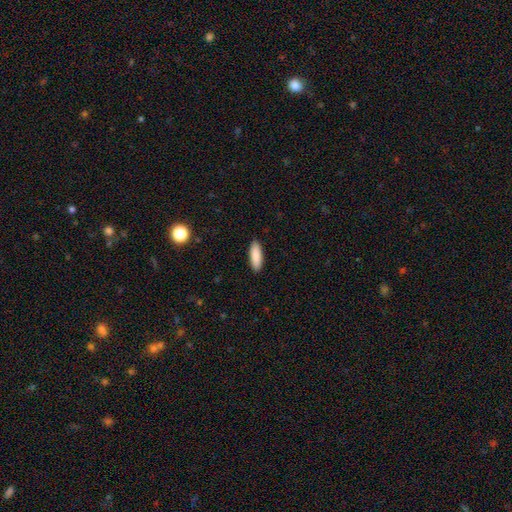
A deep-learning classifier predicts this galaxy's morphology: smooth-or-featured: smooth: 89% | star or artifact: 6% | featured or disk: 5%
  how-rounded: in between: 56% | cigar-shaped: 42% | round: 2%
  merging: none: 91% | minor disturbance: 7% | major disturbance: 2% | merger: 1%